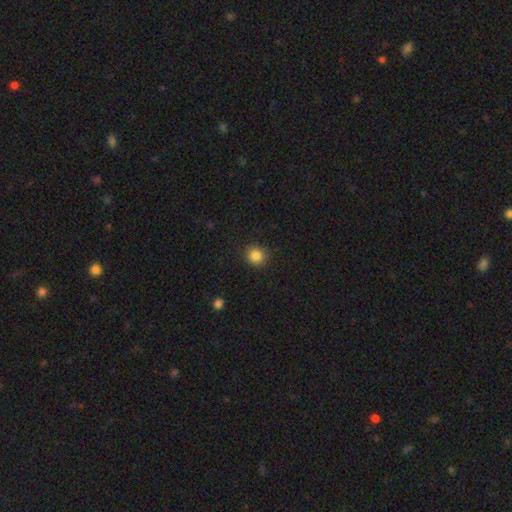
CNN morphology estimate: Smooth or featured: smooth — 85% (star or artifact — 11%)
How rounded: round — 88% (in between — 11%)
Merging: none — 89% (minor disturbance — 8%)